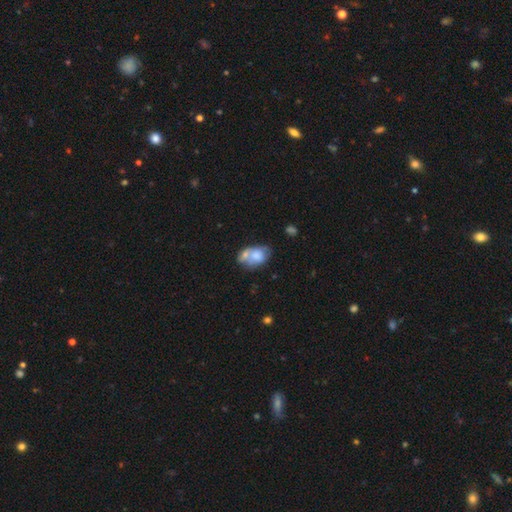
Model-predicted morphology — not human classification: A smooth galaxy with no disk features (63%) that is in between round and cigar-shaped (81%).

Vote fractions:
- Smooth or featured? smooth: 63% / featured or disk: 29% / star or artifact: 8%
- How rounded? in between: 81% / round: 18% / cigar-shaped: 1%
- Merging? merger: 45% / none: 27% / minor disturbance: 18% / major disturbance: 9%